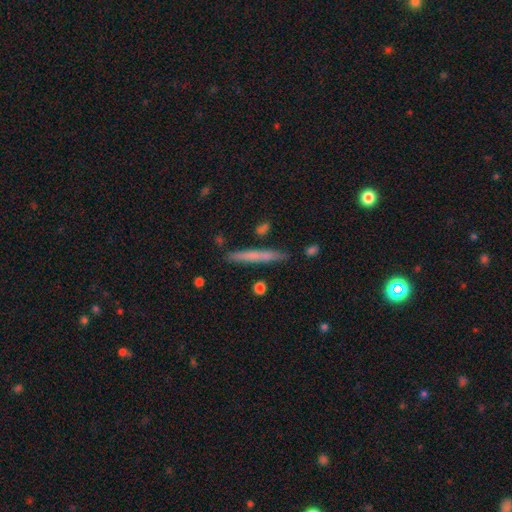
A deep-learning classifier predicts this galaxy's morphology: This appears to be a smooth galaxy with no disk features (60%) that is cigar-shaped (96%). Merging: none (87%).